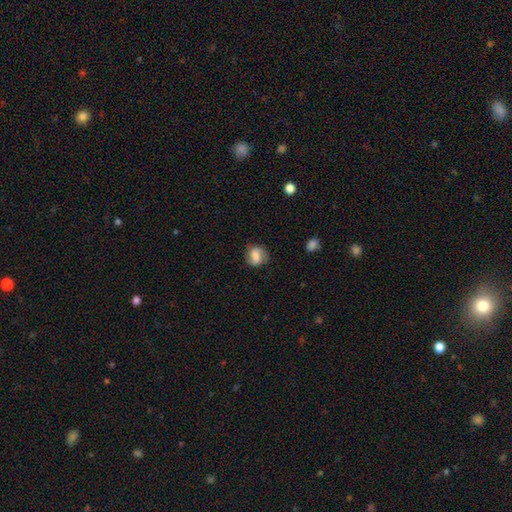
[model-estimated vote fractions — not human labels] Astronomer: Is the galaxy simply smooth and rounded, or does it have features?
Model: smooth — 64%.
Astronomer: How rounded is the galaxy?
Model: round — 56% (runner-up: in between, 42%).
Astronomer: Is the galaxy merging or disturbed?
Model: none — 67%.